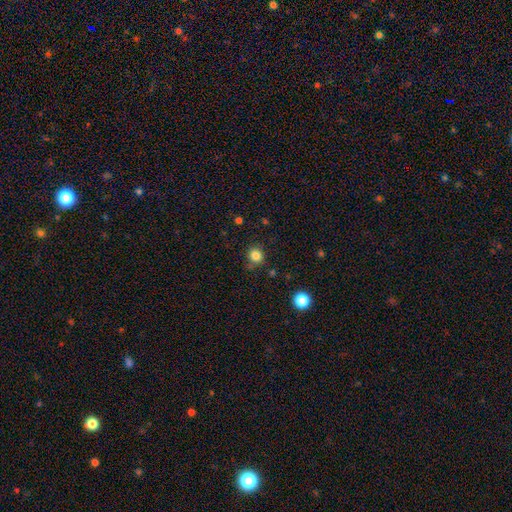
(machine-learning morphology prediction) Smooth or featured: smooth — 83% (star or artifact — 13%)
How rounded: round — 86% (in between — 13%)
Merging: none — 81% (minor disturbance — 12%)